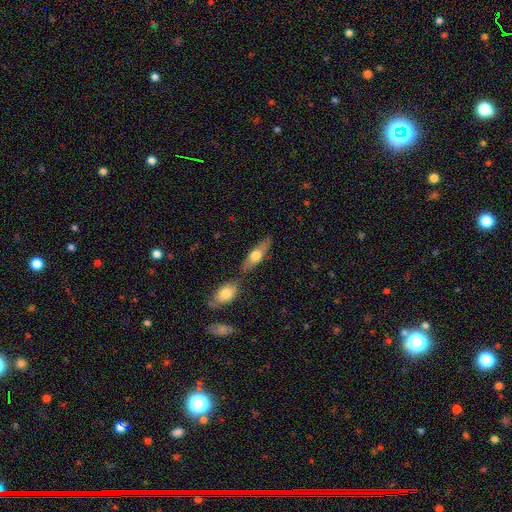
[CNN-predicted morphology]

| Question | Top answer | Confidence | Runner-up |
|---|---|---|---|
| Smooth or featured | smooth | 55% | featured or disk (39%) |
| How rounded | cigar-shaped | 53% | in between (43%) |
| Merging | none | 66% | merger (19%) |